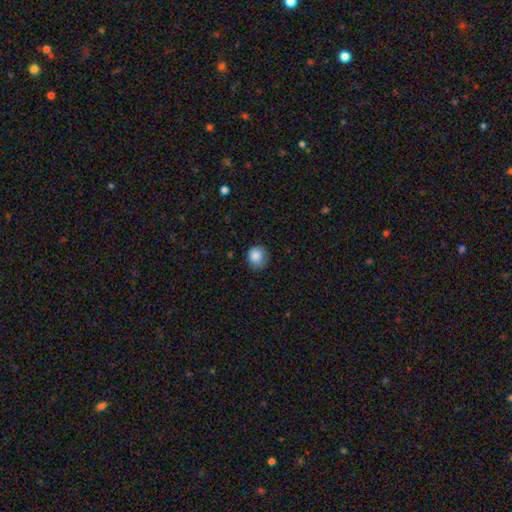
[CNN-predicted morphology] This appears to be a smooth galaxy with no disk features (86%) that is round (82%). Merging: none (71%).